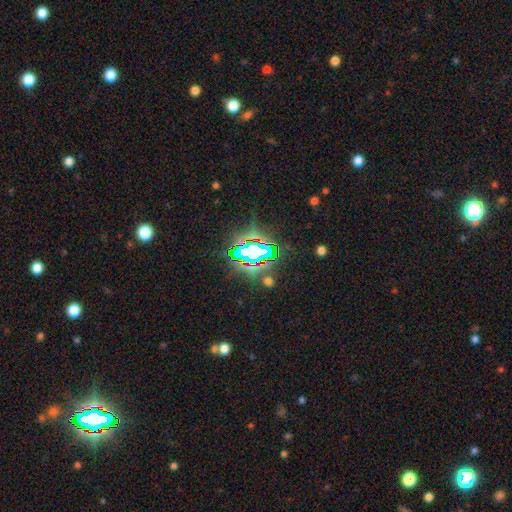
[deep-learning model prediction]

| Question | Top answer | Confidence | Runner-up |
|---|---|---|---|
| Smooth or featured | star or artifact | 72% | smooth (16%) |